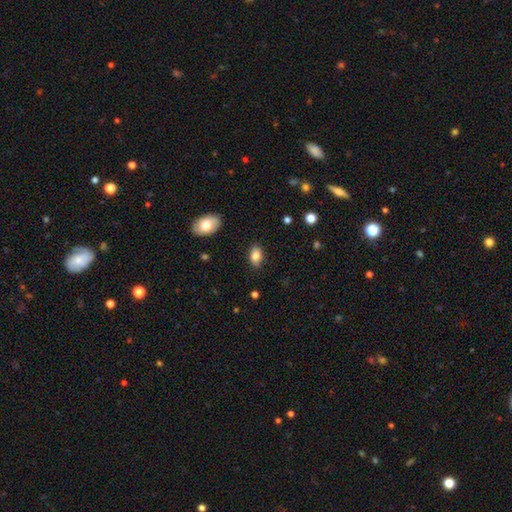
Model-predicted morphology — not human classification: Smooth or featured: smooth — 82% (featured or disk — 10%)
How rounded: in between — 90% (round — 8%)
Merging: none — 86% (minor disturbance — 10%)